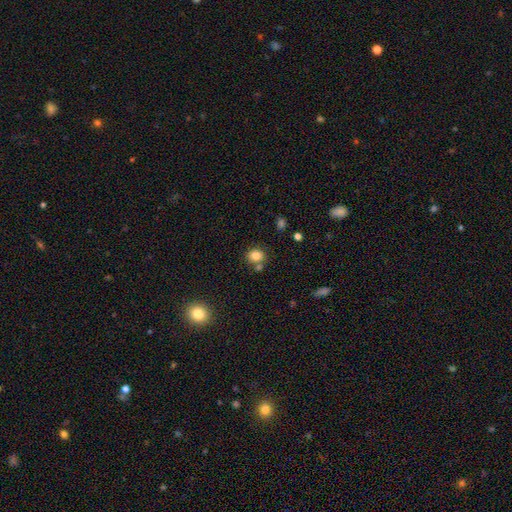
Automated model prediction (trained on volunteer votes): A smooth galaxy with no disk features (83%) that is round (67%). Merging: none (70%).